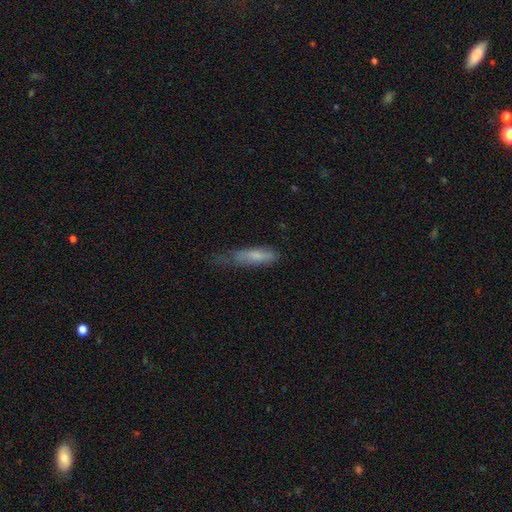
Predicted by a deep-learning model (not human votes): Smooth or featured? Predicted: smooth (p=0.73). How rounded? Predicted: cigar-shaped (p=0.70). Merging? Predicted: none (p=0.41).